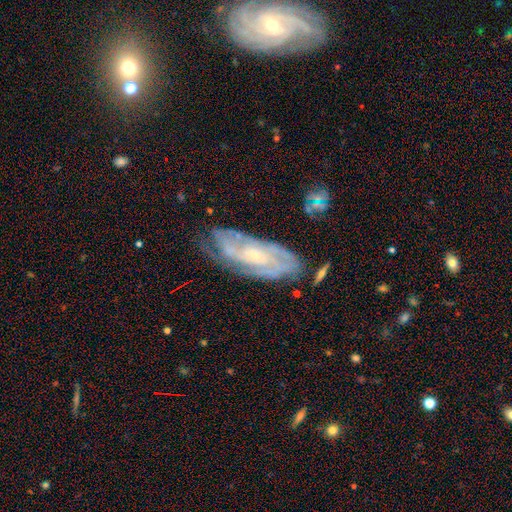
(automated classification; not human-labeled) Overall: featured or disk (80%). Edge-on disk: no (88%). Bar: no (60%; weak 32%). Spiral arms: yes (93%). Spiral arm count: can't tell (44%; 2 18%). Spiral winding: tight (66%; medium 28%). Bulge size: small (67%). Merging: none (71%).